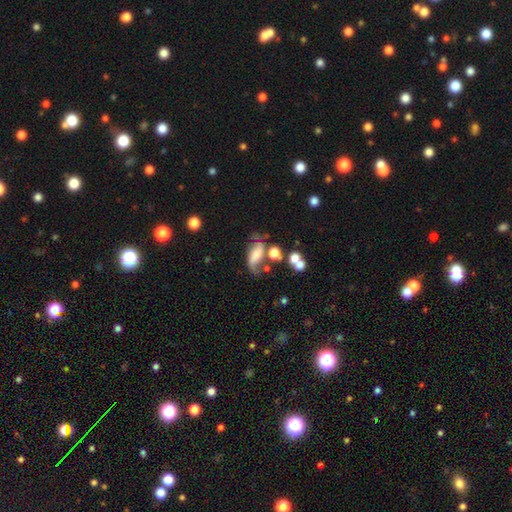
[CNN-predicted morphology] Overall: featured or disk (51%; smooth 38%). Edge-on disk: no (91%). Merging: none (37%; major disturbance 23%).